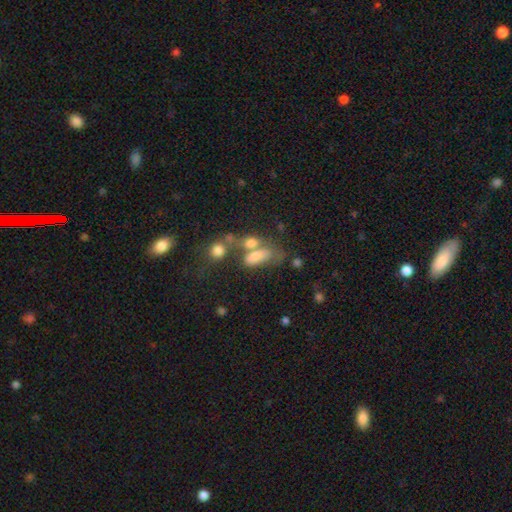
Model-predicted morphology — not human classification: Smooth or featured: smooth — 68% (featured or disk — 19%)
How rounded: in between — 74% (cigar-shaped — 19%)
Merging: merger — 39% (none — 32%)